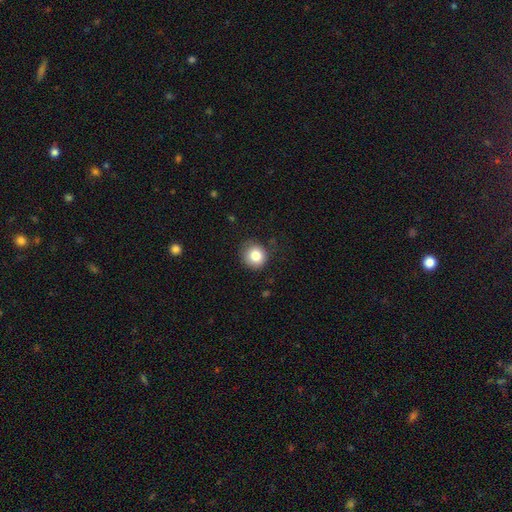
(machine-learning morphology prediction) Smooth or featured: smooth — 83% (star or artifact — 10%)
How rounded: round — 90% (in between — 9%)
Merging: none — 81% (minor disturbance — 14%)